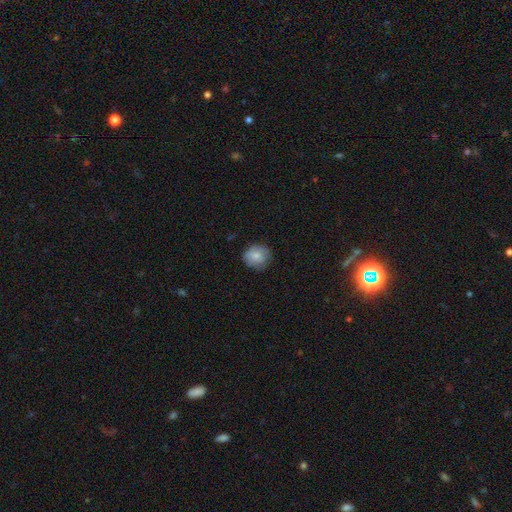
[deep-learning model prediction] Morphology: type=smooth (79%); roundness=round (84%); merging=none (75%).